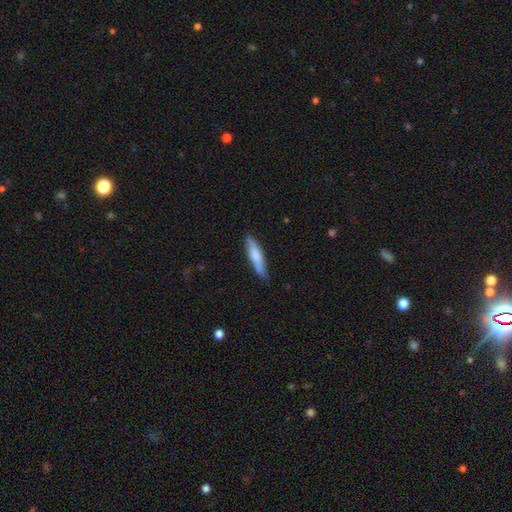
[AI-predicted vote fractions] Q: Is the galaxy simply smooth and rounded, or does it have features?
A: smooth — 73%.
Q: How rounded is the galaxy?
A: cigar-shaped — 82%.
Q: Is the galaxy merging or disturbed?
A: none — 79%.